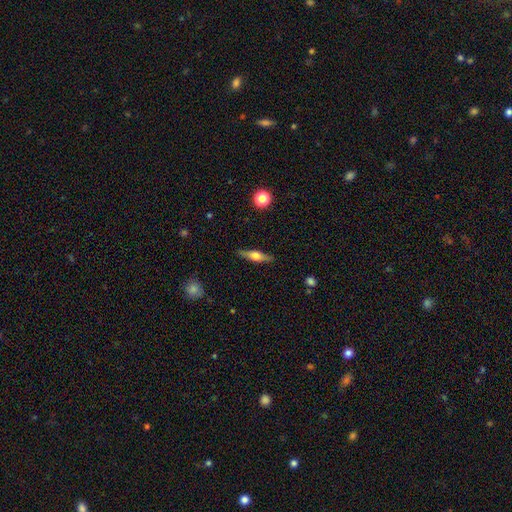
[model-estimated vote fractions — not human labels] smooth-or-featured: featured or disk: 57% | smooth: 36% | star or artifact: 6%
  disk-edge-on: yes: 95% | no: 5%
    edge-on-bulge: rounded: 90% | boxy: 7% | none: 3%
  merging: none: 88% | minor disturbance: 9% | major disturbance: 2% | merger: 1%